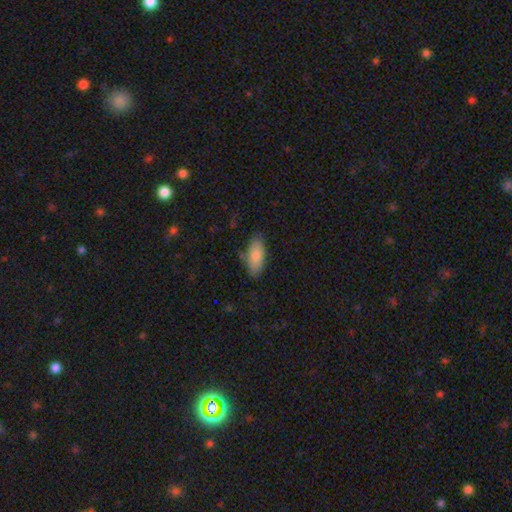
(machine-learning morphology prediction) type=smooth (81%); roundness=in between (86%); merging=none (78%).